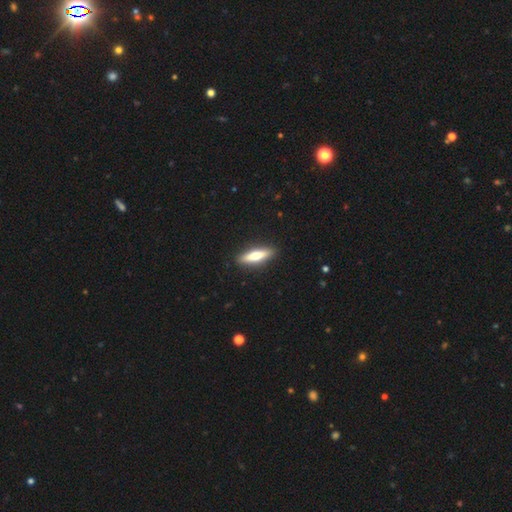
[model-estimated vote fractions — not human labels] This appears to be a smooth galaxy with no disk features (59%) that is cigar-shaped (68%). Merging: none (91%).